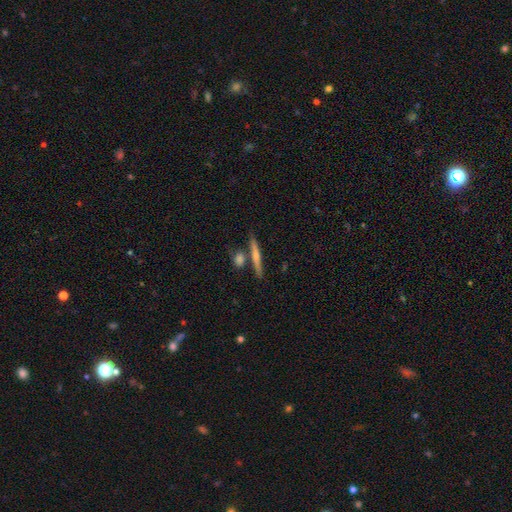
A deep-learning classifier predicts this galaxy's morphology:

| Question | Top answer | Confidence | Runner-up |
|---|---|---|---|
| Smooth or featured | featured or disk | 47% | tied: smooth (47%) |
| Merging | none | 76% | merger (13%) |